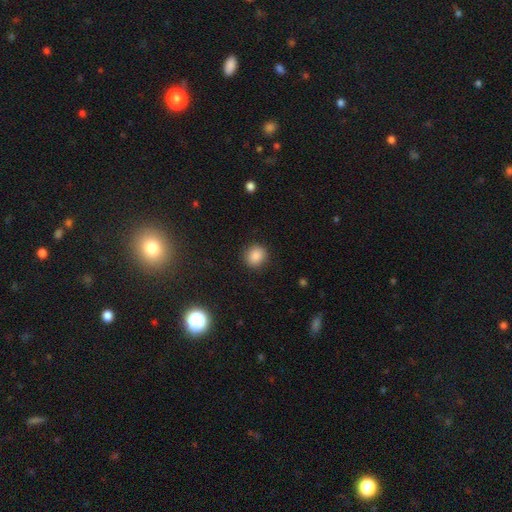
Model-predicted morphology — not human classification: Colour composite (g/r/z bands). It shows a smooth galaxy with no disk features (86%) that is round (81%). Merging: none (89%).